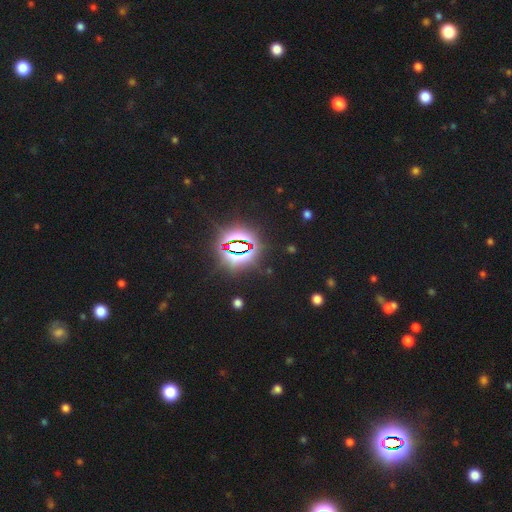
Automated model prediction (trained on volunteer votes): Morphology: type=star or artifact (81%).